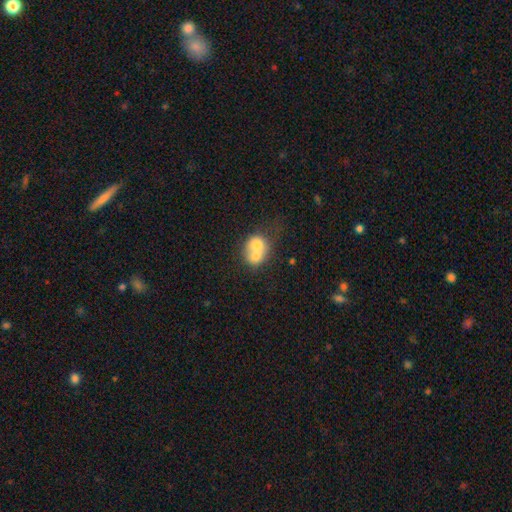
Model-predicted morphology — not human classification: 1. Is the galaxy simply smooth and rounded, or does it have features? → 66% smooth, 25% featured or disk, 9% star or artifact.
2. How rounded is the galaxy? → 65% round, 34% in between, 1% cigar-shaped.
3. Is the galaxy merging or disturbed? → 72% merger, 19% none, 6% minor disturbance, 4% major disturbance.